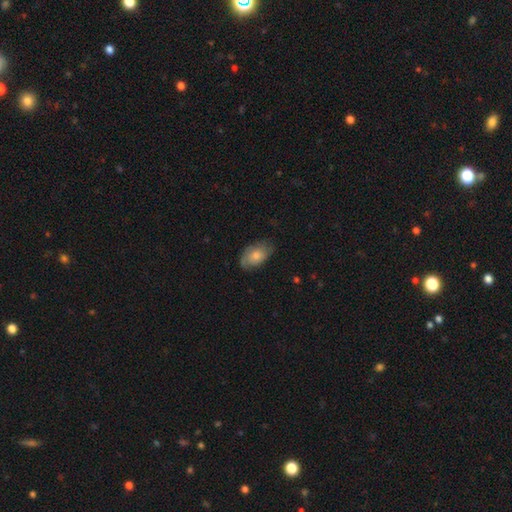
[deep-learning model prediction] The model was most divided on "smooth or featured": smooth: 68%, featured or disk: 26%, star or artifact: 6%. More confident: how rounded — in between (92%); merging — none (67%).